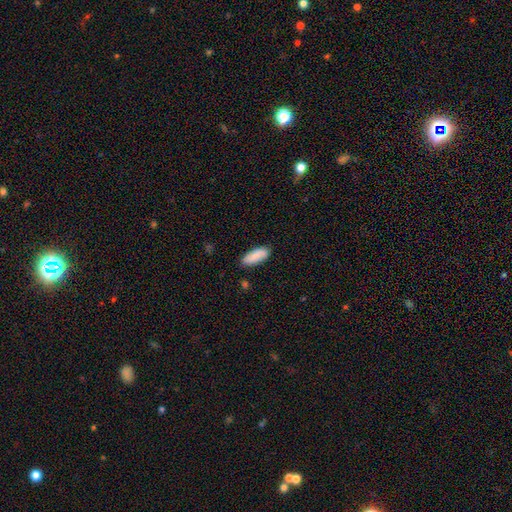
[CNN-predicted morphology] type=smooth (85%); roundness=in between (76%); merging=none (84%).